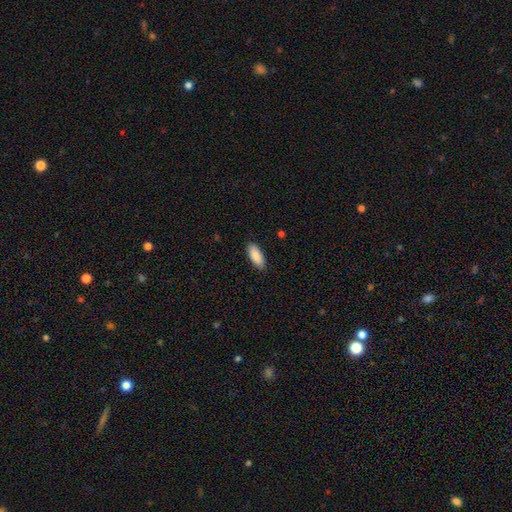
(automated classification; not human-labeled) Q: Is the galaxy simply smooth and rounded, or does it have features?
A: smooth — 89%.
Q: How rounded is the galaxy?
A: in between — 77%.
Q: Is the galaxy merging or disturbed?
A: none — 89%.